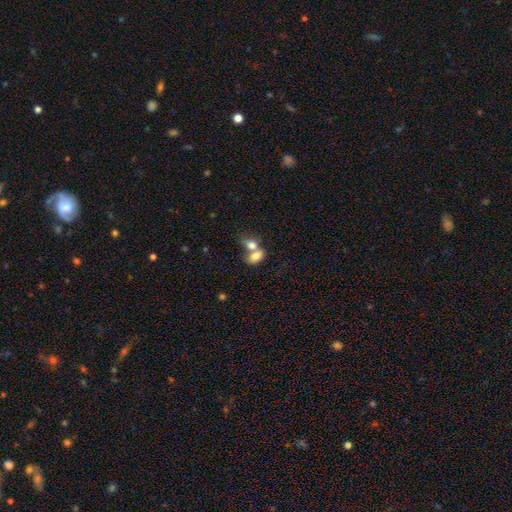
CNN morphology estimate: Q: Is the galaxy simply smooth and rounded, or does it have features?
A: smooth — 76%.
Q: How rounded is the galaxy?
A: in between — 79%.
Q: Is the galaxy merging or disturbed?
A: merger — 69%.